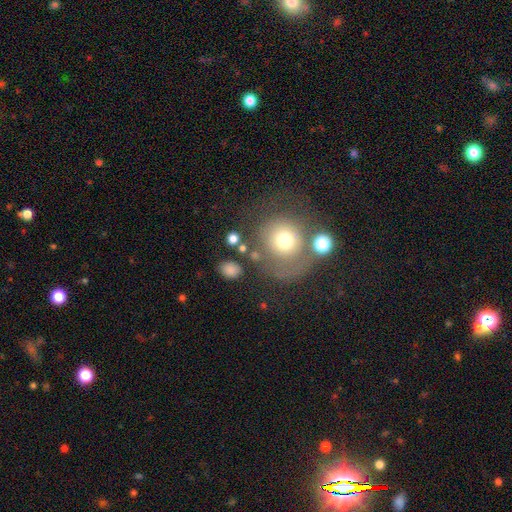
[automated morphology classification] smooth 60%, featured or disk 27%, star or artifact 13%. Down the decision tree: how rounded — round (85%); merging — none (53%).